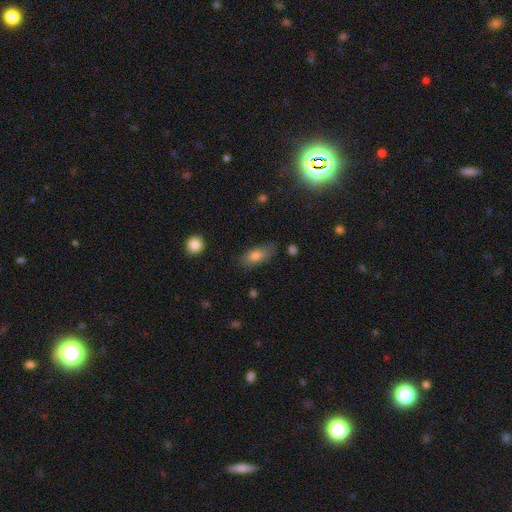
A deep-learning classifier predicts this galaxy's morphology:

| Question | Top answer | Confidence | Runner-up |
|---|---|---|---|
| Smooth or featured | smooth | 77% | featured or disk (15%) |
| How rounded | in between | 81% | cigar-shaped (15%) |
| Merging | none | 74% | minor disturbance (19%) |